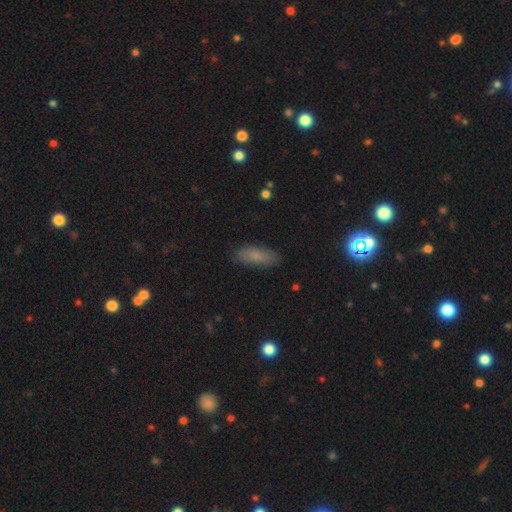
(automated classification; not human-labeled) Morphology: type=smooth (77%); roundness=in between (68%); merging=none (85%).